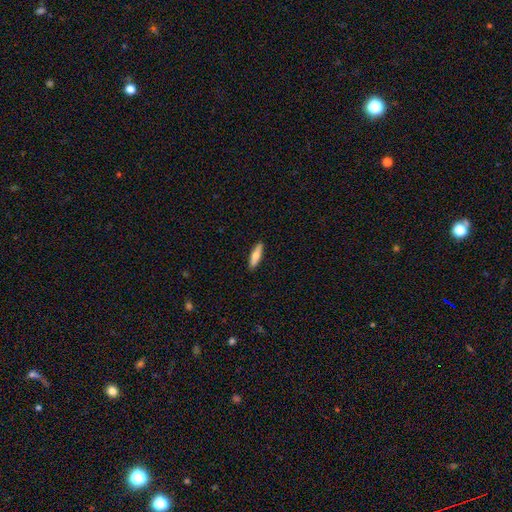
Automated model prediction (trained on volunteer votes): smooth_or_featured: smooth (p=0.68) [alt: featured or disk p=0.26]
how_rounded: cigar-shaped (p=0.70) [alt: in between p=0.28]
merging: none (p=0.90) [alt: minor disturbance p=0.08]